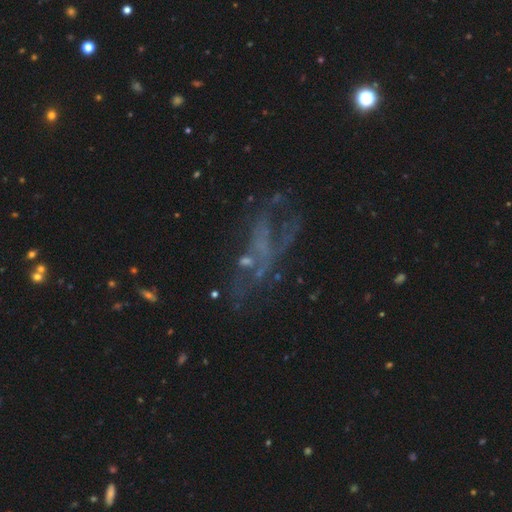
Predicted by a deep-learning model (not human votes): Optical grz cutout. It shows a featured or disk galaxy (58%) with no bar (81%), no spiral arms (72%) and no central bulge (73%). Merging: none (41%).